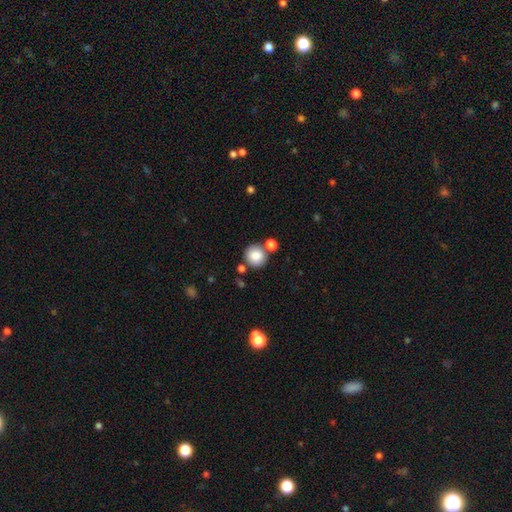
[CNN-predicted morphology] This is clearly a smooth galaxy (85%). How rounded: clearly round (90%). Merging: likely none (73%).